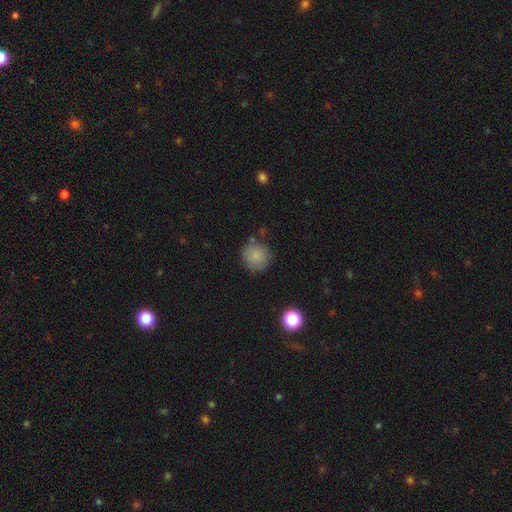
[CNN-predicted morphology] smooth_or_featured: smooth (p=0.84) [alt: star or artifact p=0.09]
how_rounded: round (p=0.92) [alt: in between p=0.07]
merging: none (p=0.78) [alt: minor disturbance p=0.13]